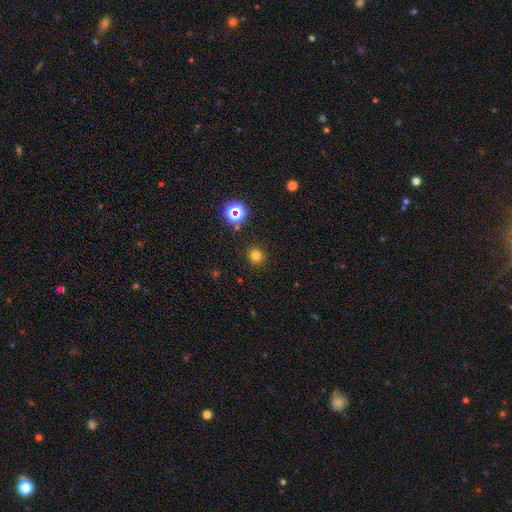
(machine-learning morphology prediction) A smooth galaxy with no disk features (76%) that is round (92%). Merging: none (91%).